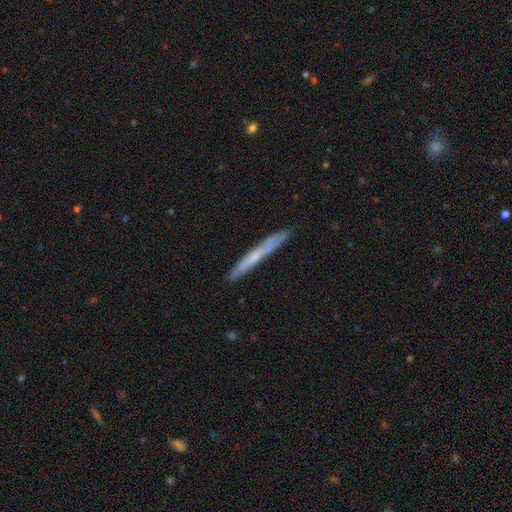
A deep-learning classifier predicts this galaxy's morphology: Smooth or featured? Predicted: smooth (p=0.50). Merging? Predicted: none (p=0.86).